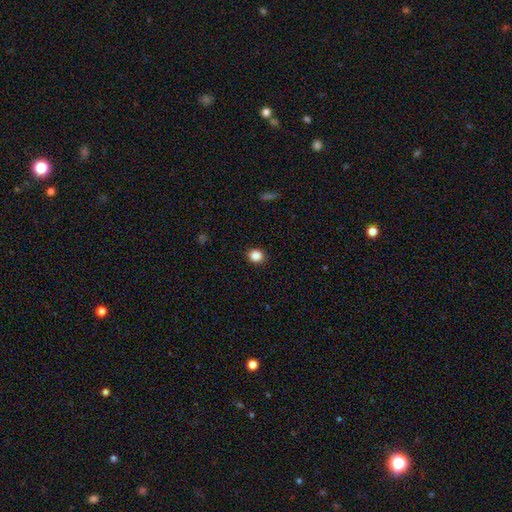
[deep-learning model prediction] Smooth or featured? smooth (87%)
How rounded? round (75%)
Merging? none (90%)